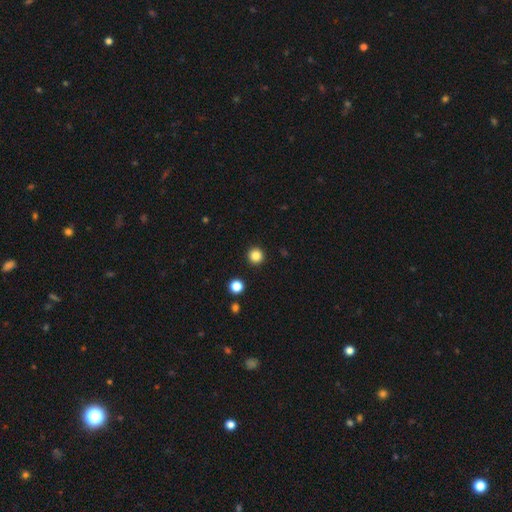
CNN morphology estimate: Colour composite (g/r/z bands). It shows a smooth galaxy with no disk features (85%) that is round (96%). Merging: none (93%).